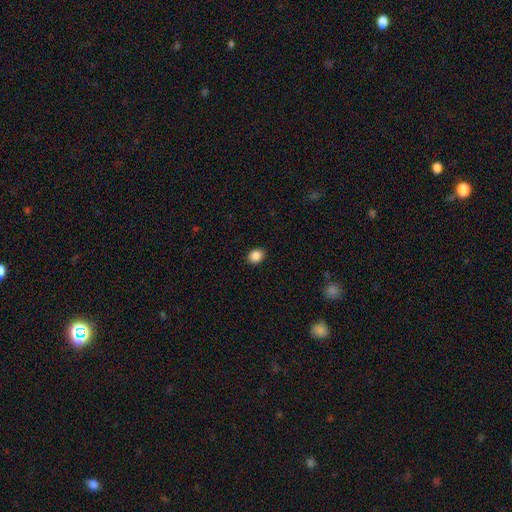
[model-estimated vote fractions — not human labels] smooth_or_featured: smooth (p=0.87) [alt: star or artifact p=0.09]
how_rounded: in between (p=0.52) [alt: round p=0.48]
merging: none (p=0.90) [alt: minor disturbance p=0.07]